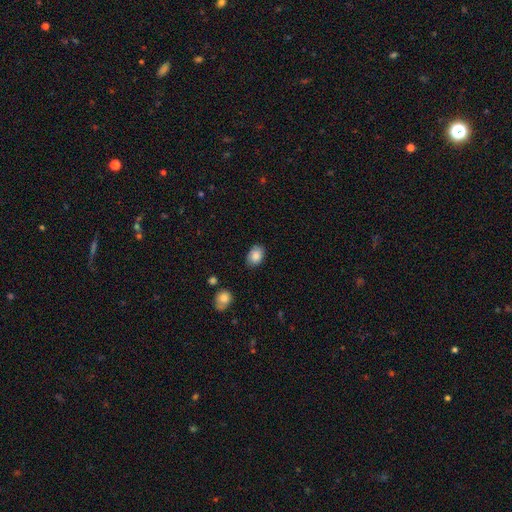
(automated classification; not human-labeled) Smooth or featured? smooth (86%)
How rounded? in between (79%)
Merging? none (82%)